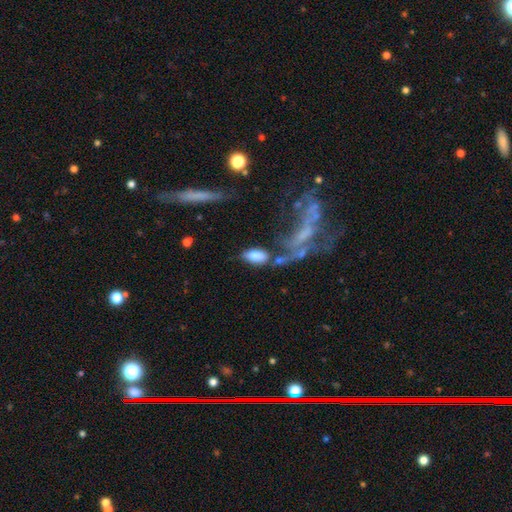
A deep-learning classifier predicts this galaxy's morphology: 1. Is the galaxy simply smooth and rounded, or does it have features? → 80% smooth, 13% featured or disk, 7% star or artifact.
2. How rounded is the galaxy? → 91% in between, 6% cigar-shaped, 3% round.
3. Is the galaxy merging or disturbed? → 55% none, 19% merger, 16% minor disturbance, 10% major disturbance.